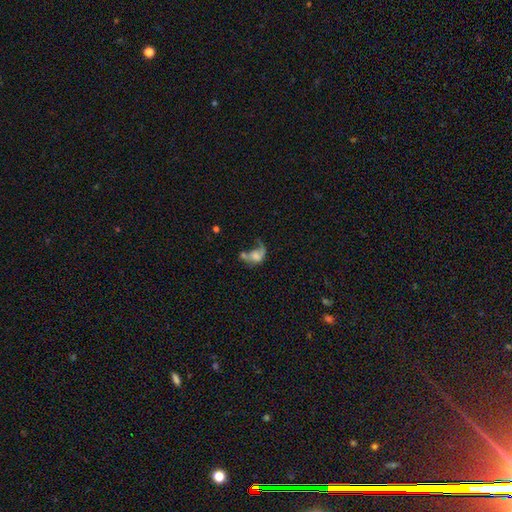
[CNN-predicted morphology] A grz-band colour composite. It shows a smooth galaxy with no disk features (45%). Merging: major disturbance (40%).